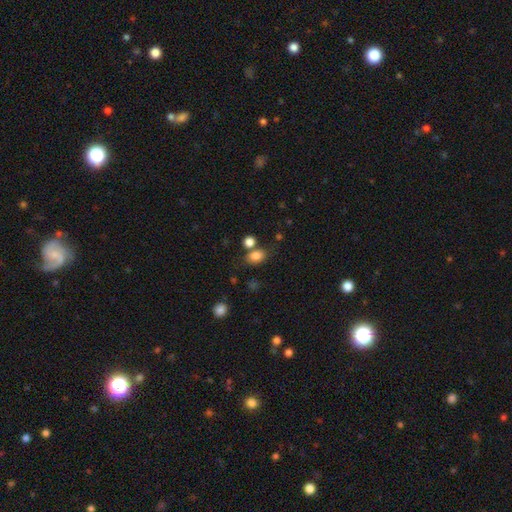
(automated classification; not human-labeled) A smooth galaxy with no disk features (82%) that is in between round and cigar-shaped (68%).

Vote fractions:
- Smooth or featured? smooth: 82% / star or artifact: 12% / featured or disk: 6%
- How rounded? in between: 68% / round: 31% / cigar-shaped: 1%
- Merging? none: 63% / merger: 20% / minor disturbance: 13% / major disturbance: 5%